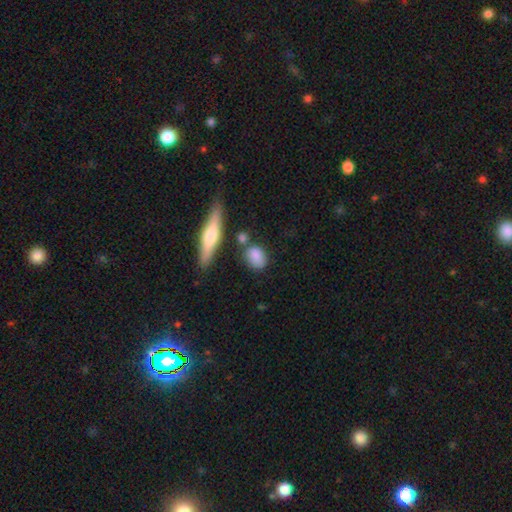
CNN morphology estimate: Smooth or featured: smooth — 82% (featured or disk — 11%)
How rounded: in between — 61% (round — 33%)
Merging: none — 68% (minor disturbance — 17%)